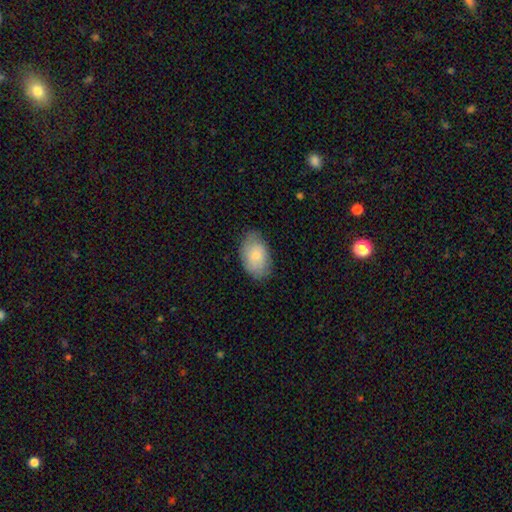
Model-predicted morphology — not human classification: smooth 72%, featured or disk 22%, star or artifact 6%. Down the decision tree: how rounded — in between (91%); merging — none (75%).